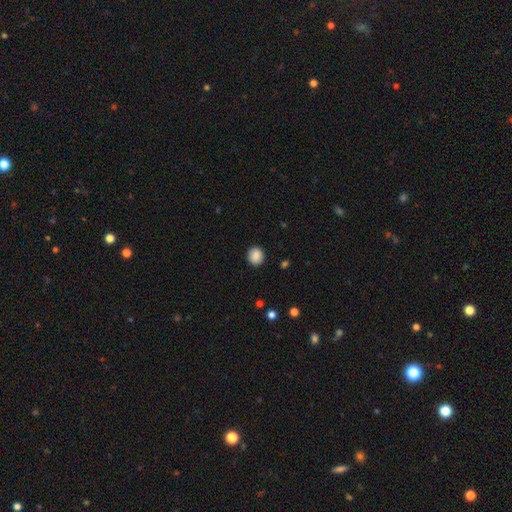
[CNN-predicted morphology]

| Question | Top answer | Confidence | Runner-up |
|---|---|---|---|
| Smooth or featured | smooth | 87% | star or artifact (8%) |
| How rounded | round | 75% | in between (24%) |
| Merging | none | 88% | minor disturbance (8%) |